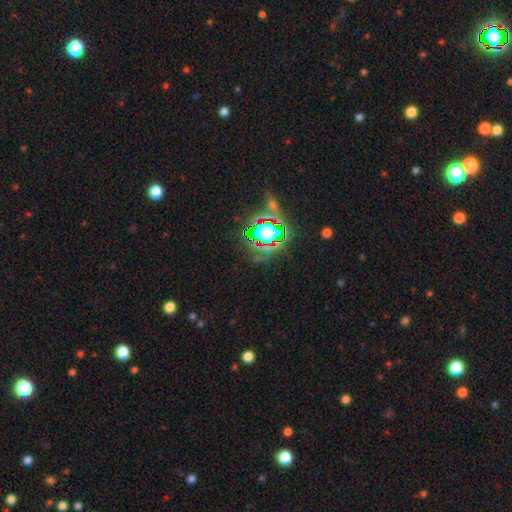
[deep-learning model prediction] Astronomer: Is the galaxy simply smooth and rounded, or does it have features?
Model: star or artifact — 76%.